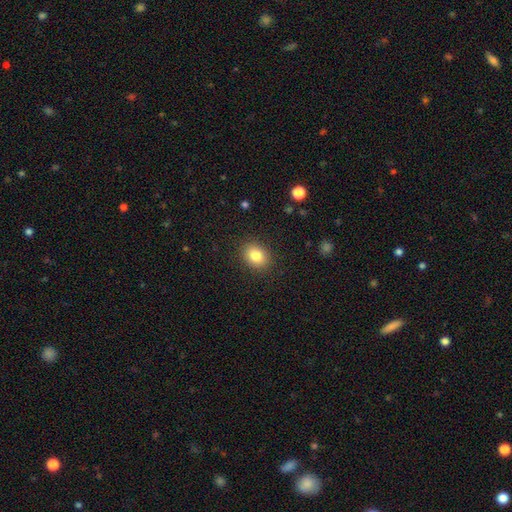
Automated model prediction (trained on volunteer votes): Q: Smooth or featured?
A: smooth (83%); runner-up: star or artifact (10%)
Q: How rounded?
A: in between (53%); runner-up: round (46%)
Q: Merging?
A: none (88%); runner-up: minor disturbance (8%)